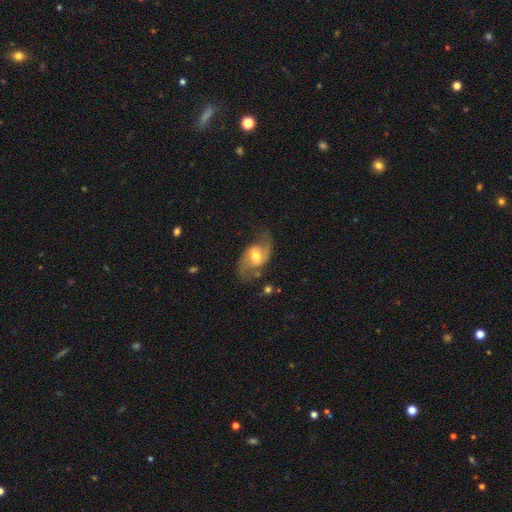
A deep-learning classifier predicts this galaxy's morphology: type=featured or disk (78%); edge-on=no (96%); bar=no (46%); spiral arms=yes (92%); winding=loose (50%); arm count=2 (90%); bulge=moderate (66%); merging=none (68%).